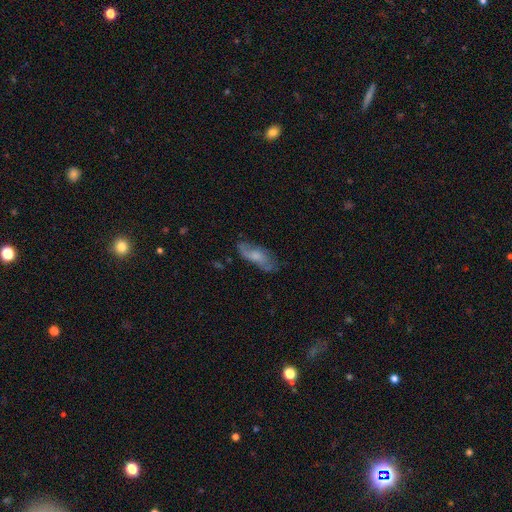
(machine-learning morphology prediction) Overall: smooth (57%; featured or disk 36%). How rounded: in between (66%; cigar-shaped 31%). Merging: none (64%; minor disturbance 25%).